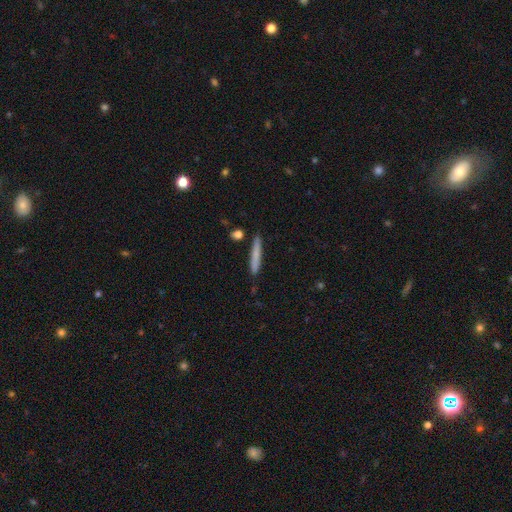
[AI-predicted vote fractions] Smooth or featured?
  - smooth: 74% *
  - featured or disk: 20%
  - star or artifact: 6%
How rounded?
  - cigar-shaped: 94% *
  - in between: 4%
  - round: 1%
Merging?
  - none: 87% *
  - minor disturbance: 9%
  - merger: 3%
  - major disturbance: 2%